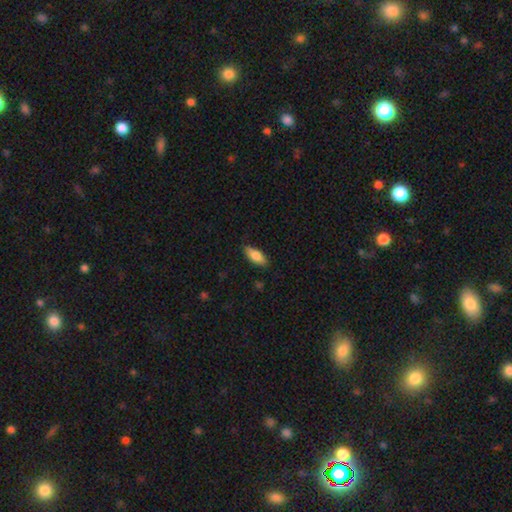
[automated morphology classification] smooth-or-featured: smooth: 81% | featured or disk: 13% | star or artifact: 6%
  how-rounded: in between: 79% | cigar-shaped: 19% | round: 2%
  merging: none: 84% | minor disturbance: 12% | major disturbance: 2% | merger: 1%